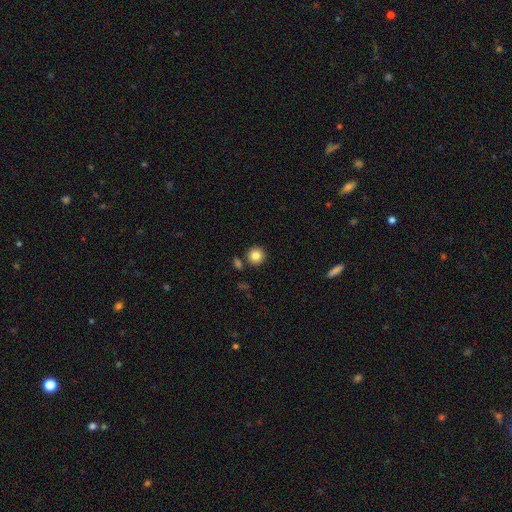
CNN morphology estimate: The model was most divided on "smooth or featured": smooth: 84%, star or artifact: 10%, featured or disk: 7%. More confident: how rounded — round (94%); merging — none (84%).